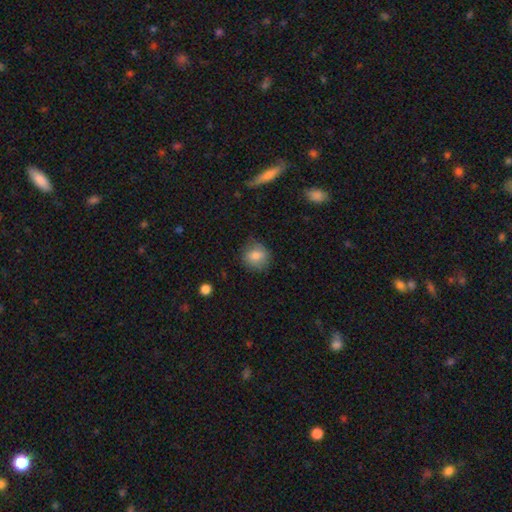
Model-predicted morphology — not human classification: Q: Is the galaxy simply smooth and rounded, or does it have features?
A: smooth — 80%.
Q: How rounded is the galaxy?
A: round — 79%.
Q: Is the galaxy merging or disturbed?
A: none — 77%.